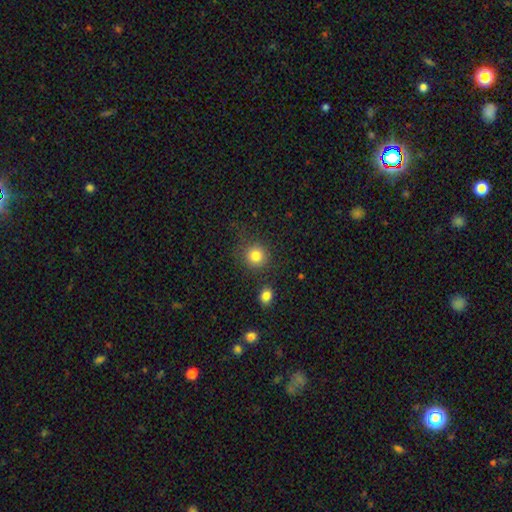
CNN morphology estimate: Smooth or featured: smooth — 83% (star or artifact — 11%)
How rounded: round — 91% (in between — 8%)
Merging: none — 80% (minor disturbance — 10%)